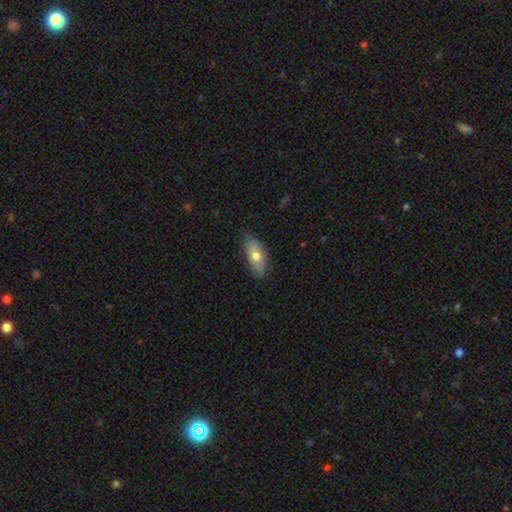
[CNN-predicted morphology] A smooth galaxy with no disk features (65%) that is in between round and cigar-shaped (78%).

Vote fractions:
- Smooth or featured? smooth: 65% / featured or disk: 28% / star or artifact: 6%
- How rounded? in between: 78% / cigar-shaped: 19% / round: 4%
- Merging? none: 78% / minor disturbance: 17% / major disturbance: 3% / merger: 1%